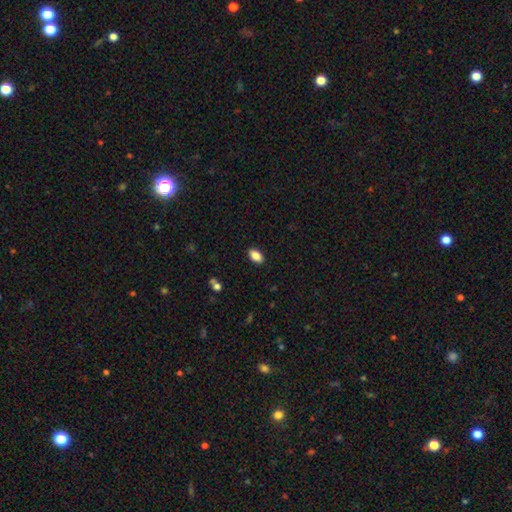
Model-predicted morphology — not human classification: Smooth or featured: smooth — 87% (star or artifact — 8%)
How rounded: in between — 92% (round — 5%)
Merging: none — 88% (minor disturbance — 8%)